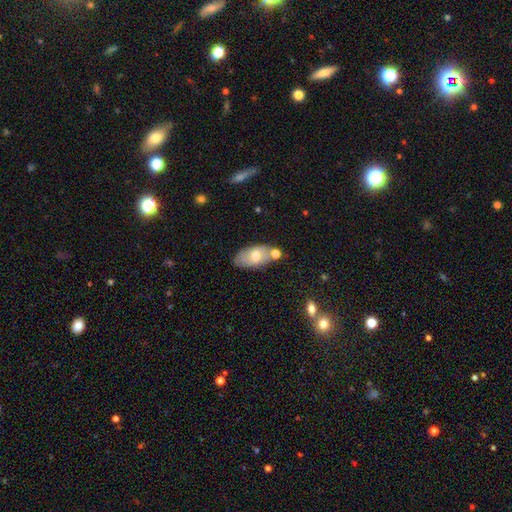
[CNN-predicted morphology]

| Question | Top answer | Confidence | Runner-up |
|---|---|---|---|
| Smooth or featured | smooth | 63% | featured or disk (30%) |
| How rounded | in between | 92% | round (4%) |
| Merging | none | 67% | minor disturbance (16%) |